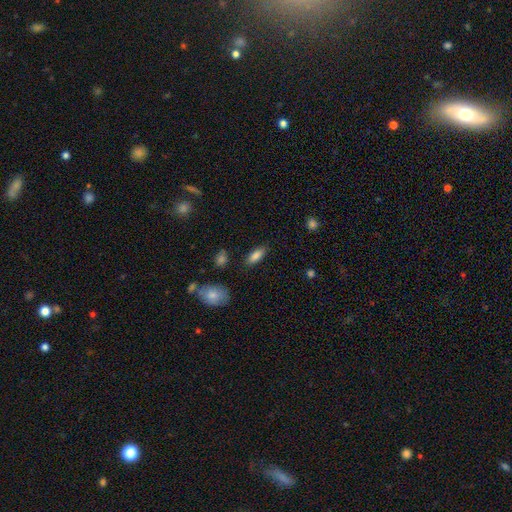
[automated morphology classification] smooth 85%, featured or disk 8%, star or artifact 7%. Down the decision tree: how rounded — in between (76%); merging — none (84%).